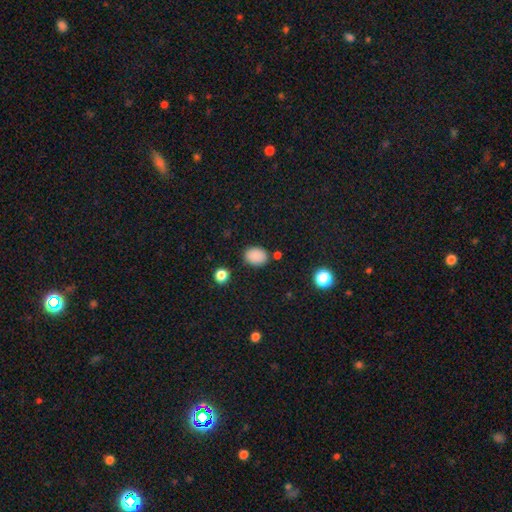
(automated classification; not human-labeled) Smooth or featured: smooth — 86% (star or artifact — 10%)
How rounded: in between — 67% (round — 32%)
Merging: none — 80% (minor disturbance — 13%)